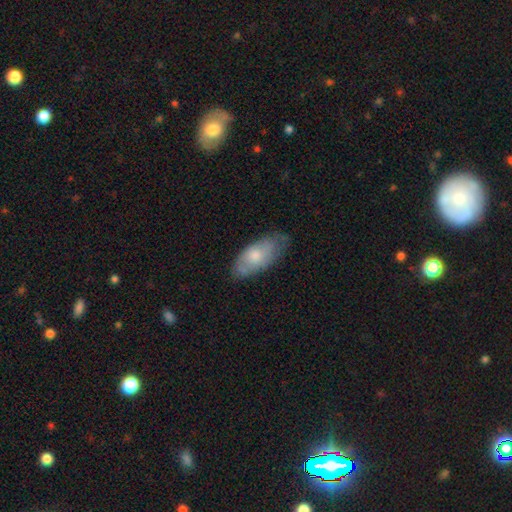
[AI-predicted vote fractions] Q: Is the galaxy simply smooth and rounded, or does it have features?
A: smooth — 63%.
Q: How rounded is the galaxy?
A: in between — 89%.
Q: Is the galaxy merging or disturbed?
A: none — 60%.